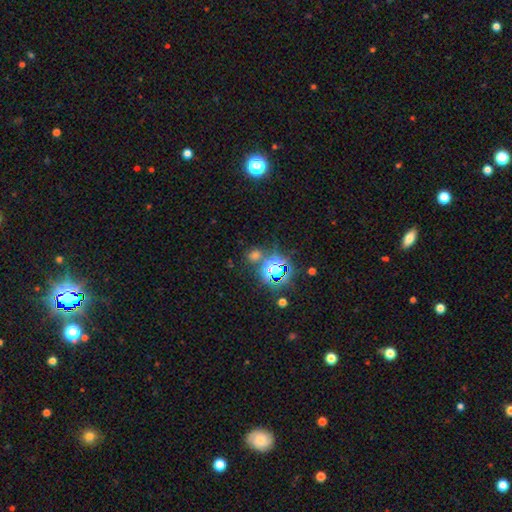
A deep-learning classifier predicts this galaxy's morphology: Overall: star or artifact (51%; smooth 41%).